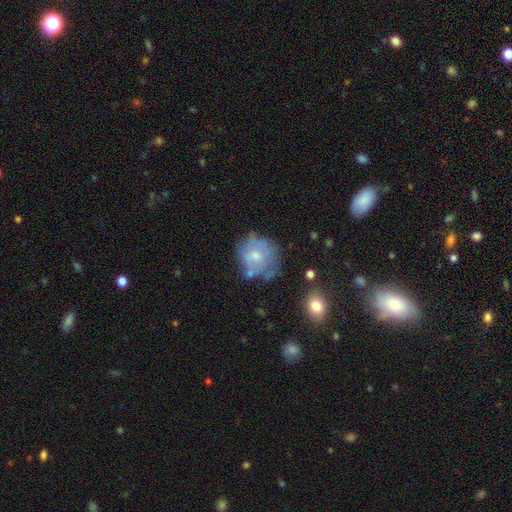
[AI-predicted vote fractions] Overall: featured or disk (47%; smooth 45%). Merging: none (49%; minor disturbance 28%).